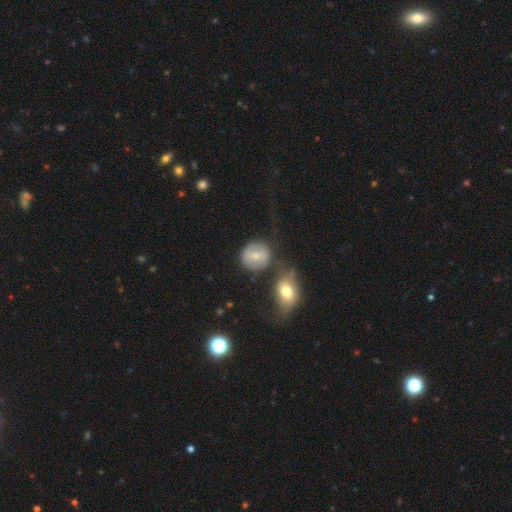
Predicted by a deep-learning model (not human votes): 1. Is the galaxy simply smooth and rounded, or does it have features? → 68% smooth, 24% featured or disk, 8% star or artifact.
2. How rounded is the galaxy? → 85% round, 14% in between, 1% cigar-shaped.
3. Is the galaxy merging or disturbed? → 52% none, 25% merger, 16% minor disturbance, 7% major disturbance.